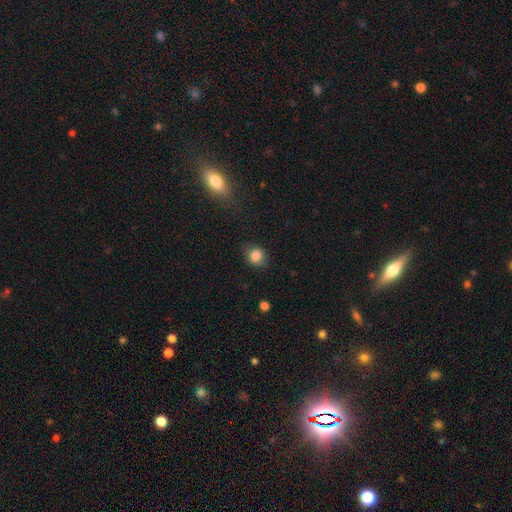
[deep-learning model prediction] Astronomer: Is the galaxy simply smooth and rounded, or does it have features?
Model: smooth — 83%.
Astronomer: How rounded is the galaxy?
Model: round — 68%.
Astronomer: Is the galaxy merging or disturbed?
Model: none — 77%.